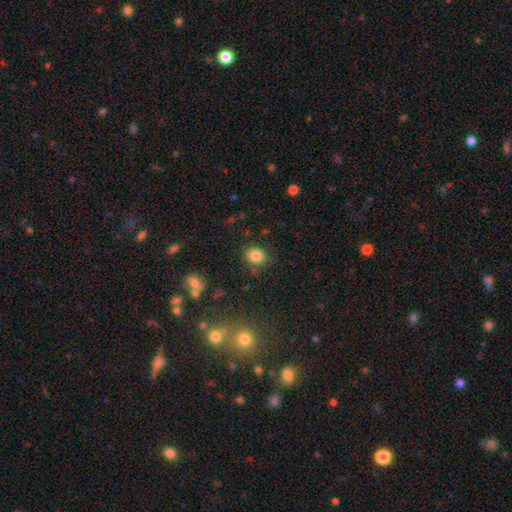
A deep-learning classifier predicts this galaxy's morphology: Smooth or featured? Predicted: smooth (p=0.83). How rounded? Predicted: in between (p=0.52). Merging? Predicted: none (p=0.77).